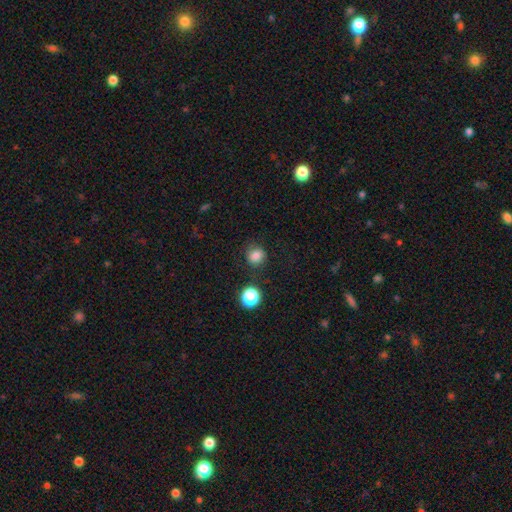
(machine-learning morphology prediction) A smooth galaxy with no disk features (81%) that is round (83%).

Vote fractions:
- Smooth or featured? smooth: 81% / star or artifact: 14% / featured or disk: 5%
- How rounded? round: 83% / in between: 16% / cigar-shaped: 1%
- Merging? none: 81% / minor disturbance: 12% / major disturbance: 4% / merger: 4%